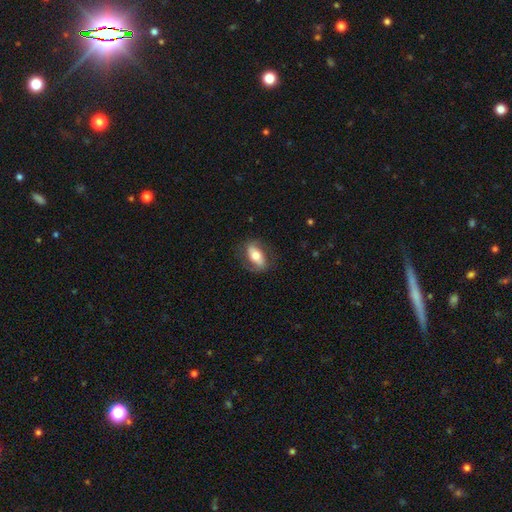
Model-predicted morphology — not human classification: Q: Smooth or featured?
A: smooth (53%); runner-up: featured or disk (40%)
Q: How rounded?
A: in between (84%); runner-up: cigar-shaped (9%)
Q: Merging?
A: none (76%); runner-up: minor disturbance (16%)